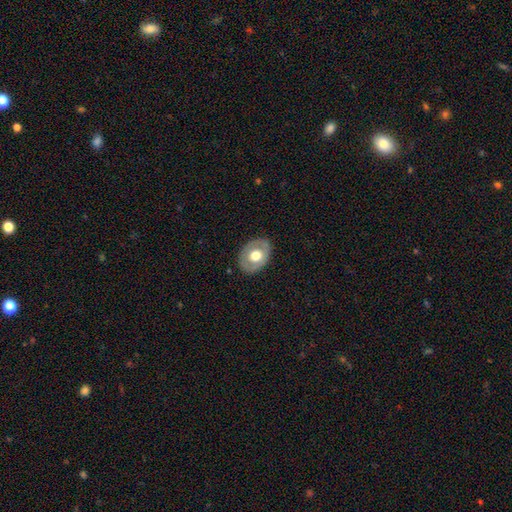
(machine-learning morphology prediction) A smooth galaxy with no disk features (51%) that is in between round and cigar-shaped (68%).

Vote fractions:
- Smooth or featured? smooth: 51% / featured or disk: 43% / star or artifact: 6%
- How rounded? in between: 68% / round: 31% / cigar-shaped: 1%
- Merging? none: 83% / minor disturbance: 12% / major disturbance: 4% / merger: 1%